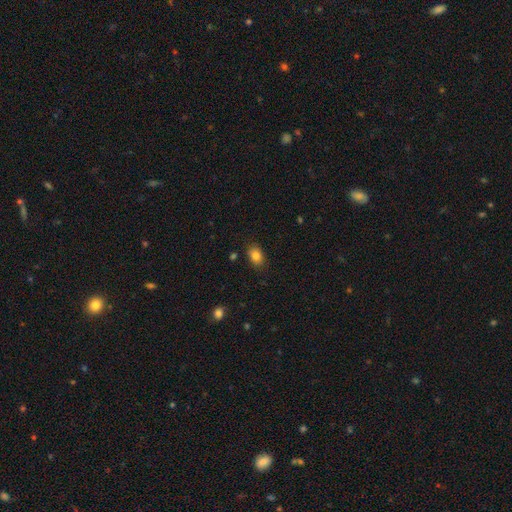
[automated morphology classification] Smooth or featured? Predicted: smooth (p=0.84). How rounded? Predicted: in between (p=0.79). Merging? Predicted: none (p=0.85).